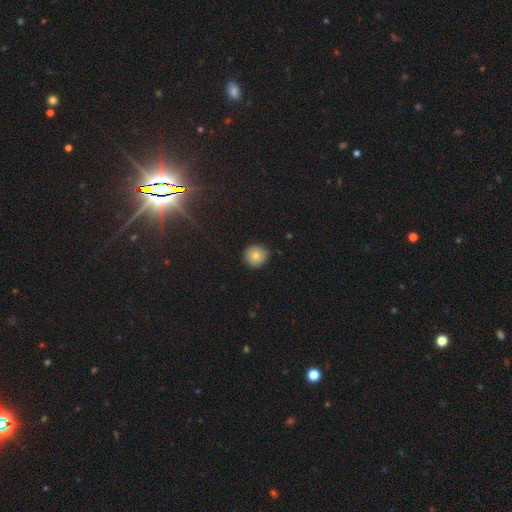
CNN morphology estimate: This is likely a smooth galaxy (79%). How rounded: clearly round (94%). Merging: clearly none (85%).